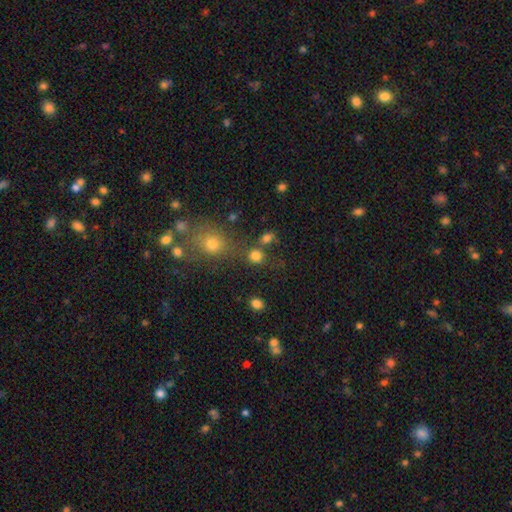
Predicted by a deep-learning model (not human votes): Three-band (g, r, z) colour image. It shows a smooth galaxy with no disk features (79%) that is round (83%). Merging: none (66%).